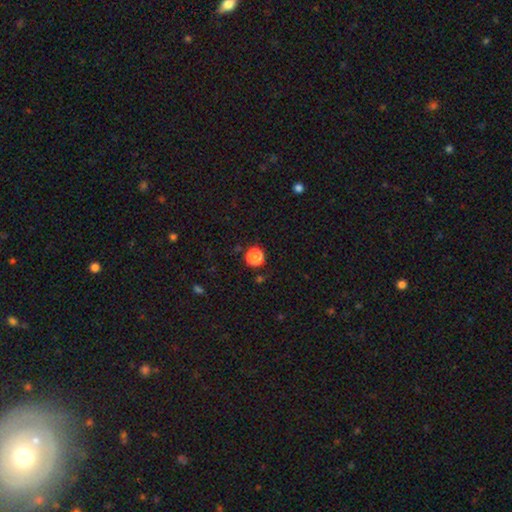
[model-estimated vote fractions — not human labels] Smooth or featured: smooth — 77% (star or artifact — 19%)
How rounded: round — 89% (in between — 10%)
Merging: none — 87% (minor disturbance — 8%)